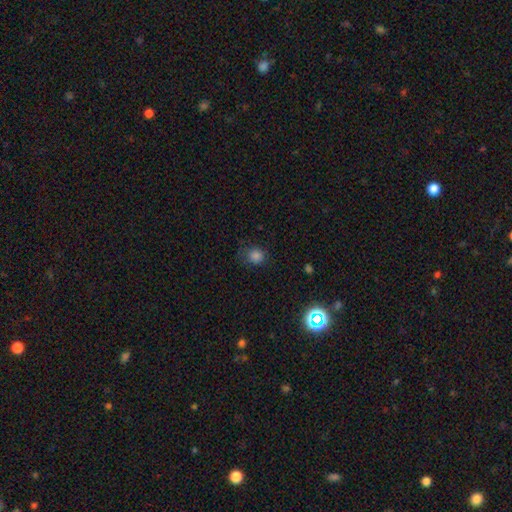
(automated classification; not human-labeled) Smooth or featured: smooth — 82% (star or artifact — 14%)
How rounded: round — 81% (in between — 18%)
Merging: none — 73% (minor disturbance — 19%)